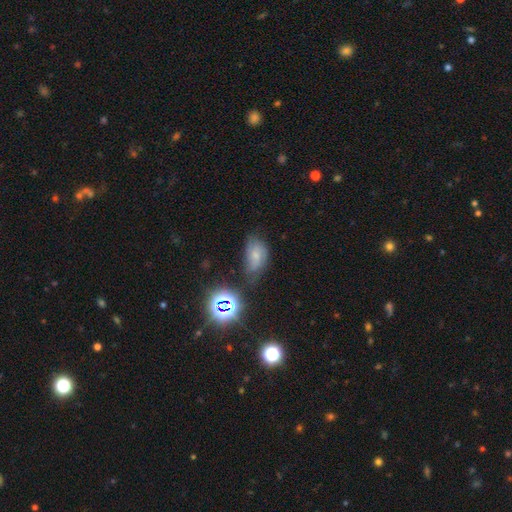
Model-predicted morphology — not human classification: This is possibly a smooth galaxy (53%). How rounded: clearly in between (87%). Merging: possibly none (47%).